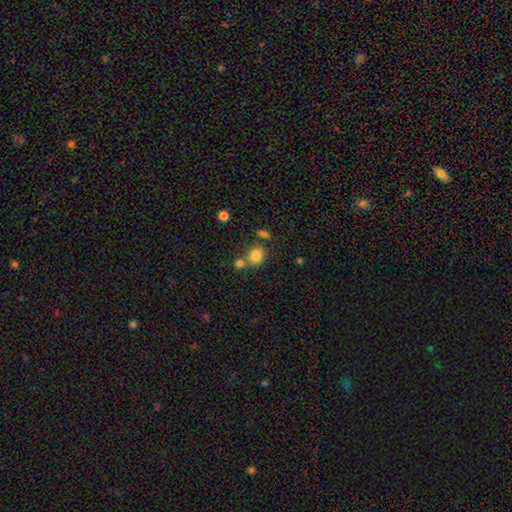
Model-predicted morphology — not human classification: This appears to be a smooth galaxy with no disk features (81%) that is round (58%). Merging: none (60%).